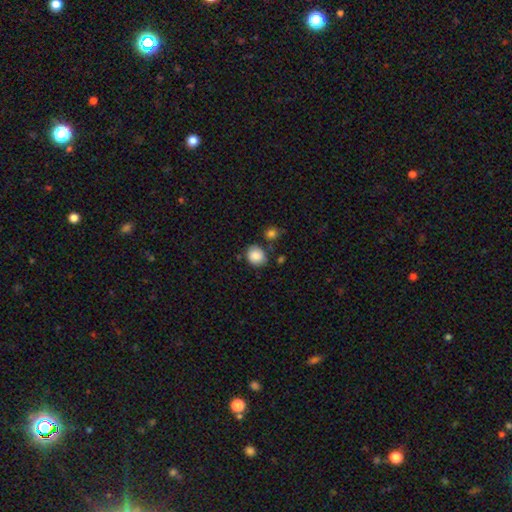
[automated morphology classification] This appears to be a smooth galaxy with no disk features (87%) that is round (73%). Merging: none (78%).